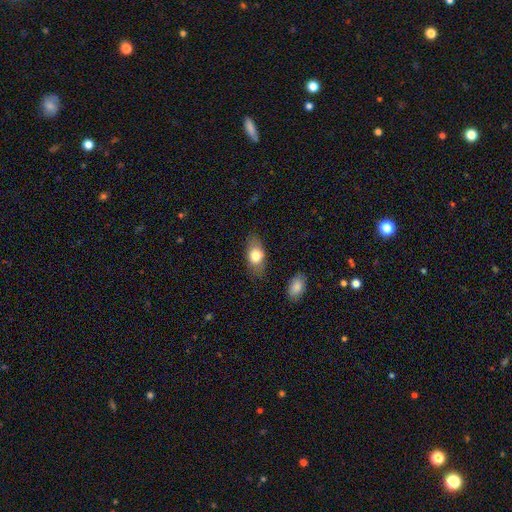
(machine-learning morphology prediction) The model was most divided on "smooth or featured": smooth: 74%, featured or disk: 18%, star or artifact: 7%. More confident: how rounded — in between (86%); merging — none (78%).